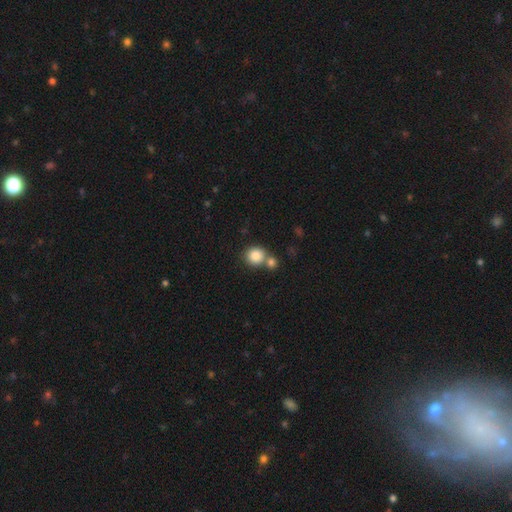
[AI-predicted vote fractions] smooth 84%, star or artifact 9%, featured or disk 7%. Down the decision tree: how rounded — round (88%); merging — none (56%).